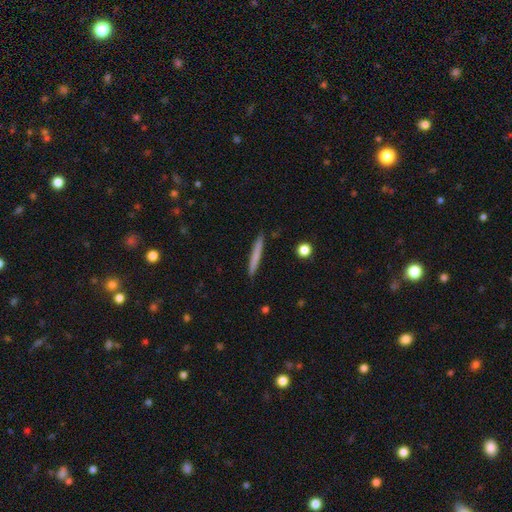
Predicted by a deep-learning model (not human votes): The model was most divided on "smooth or featured": smooth: 70%, featured or disk: 24%, star or artifact: 6%. More confident: how rounded — cigar-shaped (97%); merging — none (91%).